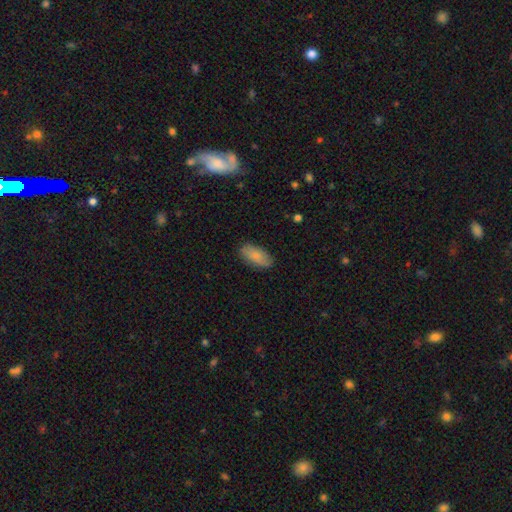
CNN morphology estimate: Overall: smooth (80%). How rounded: in between (90%). Merging: none (85%).